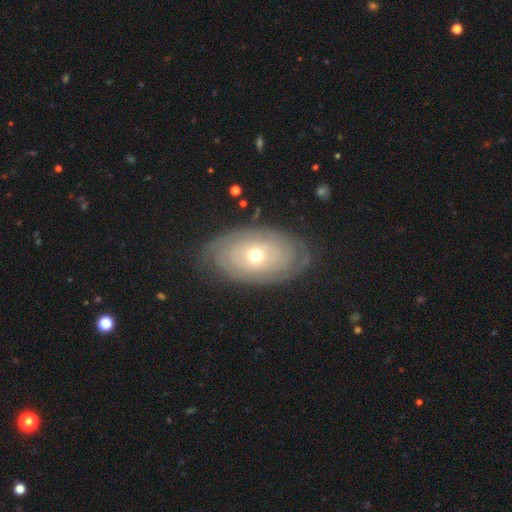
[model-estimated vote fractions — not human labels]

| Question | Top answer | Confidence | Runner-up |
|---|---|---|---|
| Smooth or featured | featured or disk | 60% | smooth (33%) |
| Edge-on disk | no | 92% | yes (8%) |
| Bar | no | 88% | weak (9%) |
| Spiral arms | yes | 54% | no (46%) |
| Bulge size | moderate | 51% | small (45%) |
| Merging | none | 78% | minor disturbance (15%) |